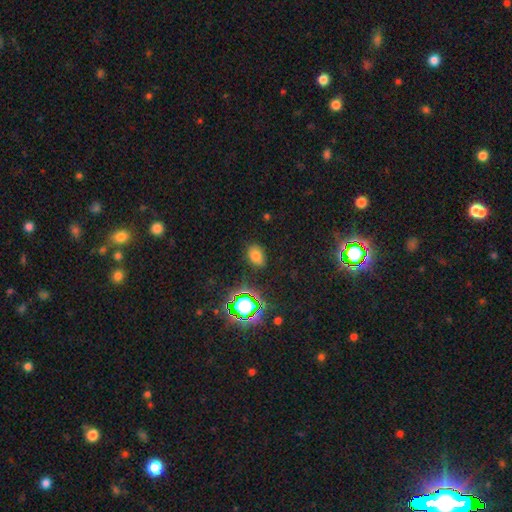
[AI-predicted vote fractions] This is likely a smooth galaxy (69%). How rounded: likely in between (78%). Merging: clearly none (83%).